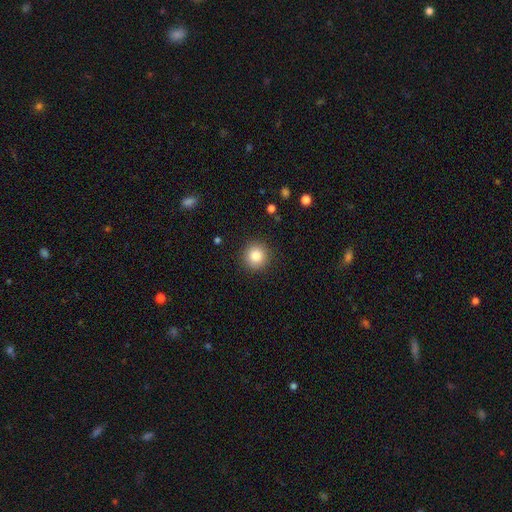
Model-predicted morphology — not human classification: The model was most divided on "smooth or featured": smooth: 85%, star or artifact: 10%, featured or disk: 6%. More confident: how rounded — round (95%); merging — none (91%).